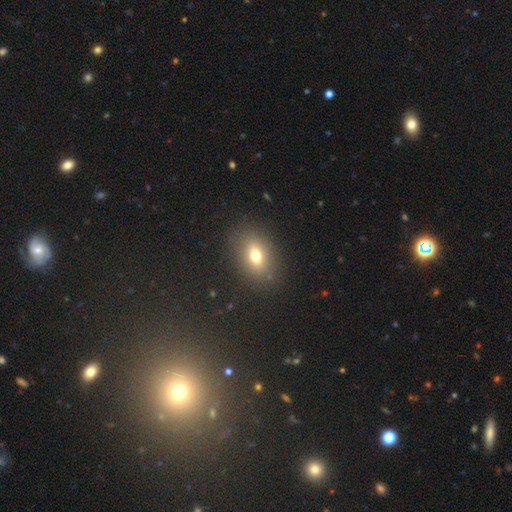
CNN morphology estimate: A smooth galaxy with no disk features (71%) that is in between round and cigar-shaped (71%).

Vote fractions:
- Smooth or featured? smooth: 71% / featured or disk: 15% / star or artifact: 14%
- How rounded? in between: 71% / round: 26% / cigar-shaped: 3%
- Merging? none: 86% / minor disturbance: 9% / major disturbance: 4% / merger: 1%